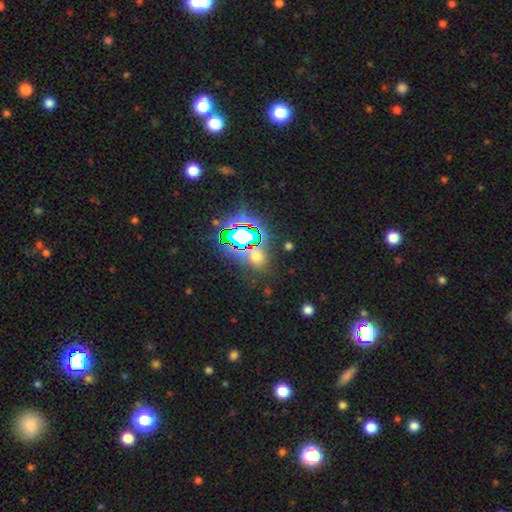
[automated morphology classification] The model was most divided on "smooth or featured": star or artifact: 53%, smooth: 39%, featured or disk: 8%.